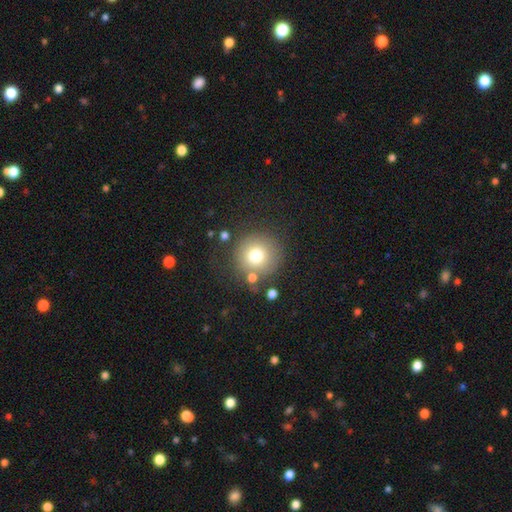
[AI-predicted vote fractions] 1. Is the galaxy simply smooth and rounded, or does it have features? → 75% smooth, 13% featured or disk, 12% star or artifact.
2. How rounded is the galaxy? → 94% round, 5% in between, 1% cigar-shaped.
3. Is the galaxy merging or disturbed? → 76% none, 11% minor disturbance, 7% merger, 6% major disturbance.